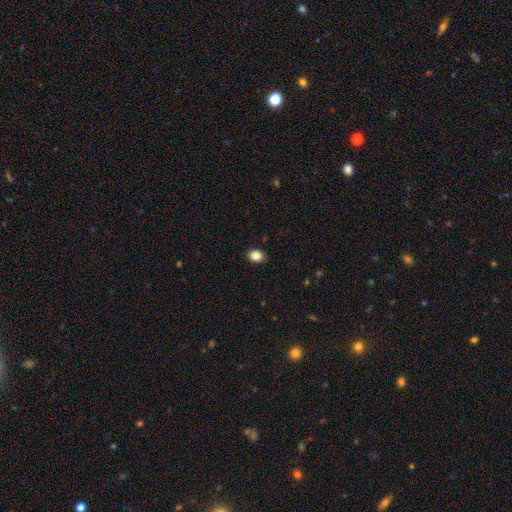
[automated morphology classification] This is clearly a smooth galaxy (85%). How rounded: possibly in between (59%). Merging: clearly none (87%).